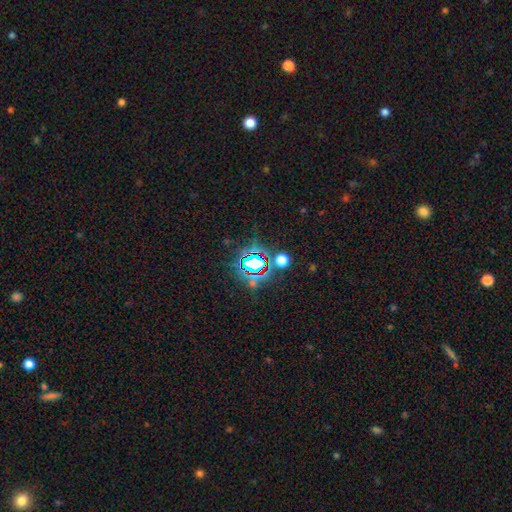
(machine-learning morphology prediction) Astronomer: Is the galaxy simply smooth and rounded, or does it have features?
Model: star or artifact — 72%.